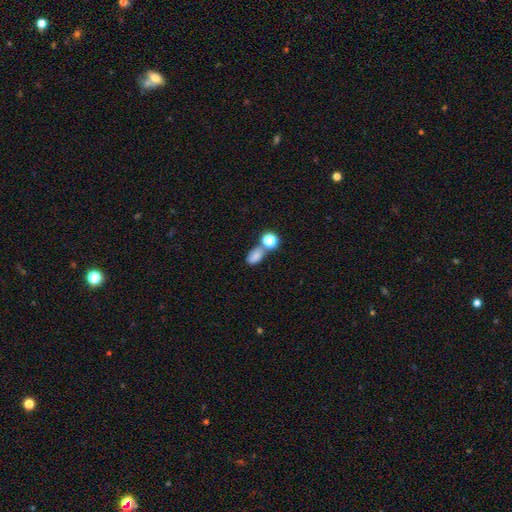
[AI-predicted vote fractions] This is likely a smooth galaxy (77%). How rounded: clearly in between (80%). Merging: possibly none (48%).